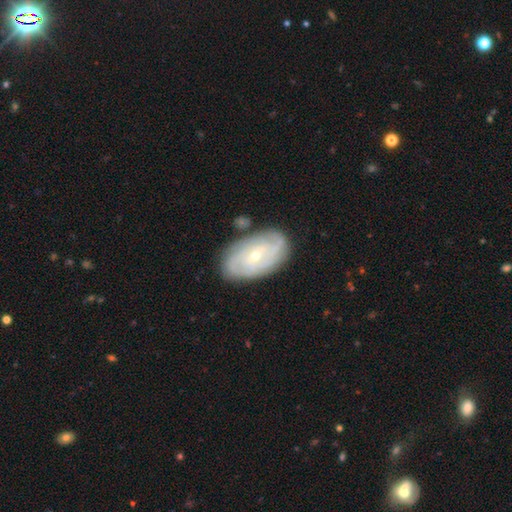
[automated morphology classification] Smooth or featured?
  - featured or disk: 76% *
  - smooth: 18%
  - star or artifact: 6%
Edge-on disk?
  - no: 95% *
  - yes: 5%
Bar?
  - no: 59% *
  - weak: 33%
  - strong: 8%
Spiral arms?
  - yes: 88% *
  - no: 12%
Spiral winding?
  - tight: 67% *
  - medium: 25%
  - loose: 8%
Spiral arm count?
  - can't tell: 42% *
  - 2: 19%
  - 3: 17%
  - 4: 13%
  - more than 4: 5%
  - 1: 4%
Bulge size?
  - small: 64% *
  - moderate: 34%
  - large: 1%
  - none: 1%
  - dominant: 1%
Merging?
  - none: 78% *
  - minor disturbance: 15%
  - major disturbance: 4%
  - merger: 3%